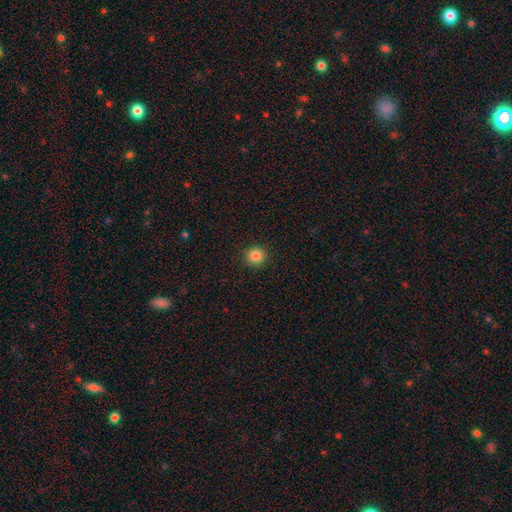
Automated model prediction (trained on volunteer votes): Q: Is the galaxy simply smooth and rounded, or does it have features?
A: smooth — 85%.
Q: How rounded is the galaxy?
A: round — 92%.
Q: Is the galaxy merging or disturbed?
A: none — 92%.